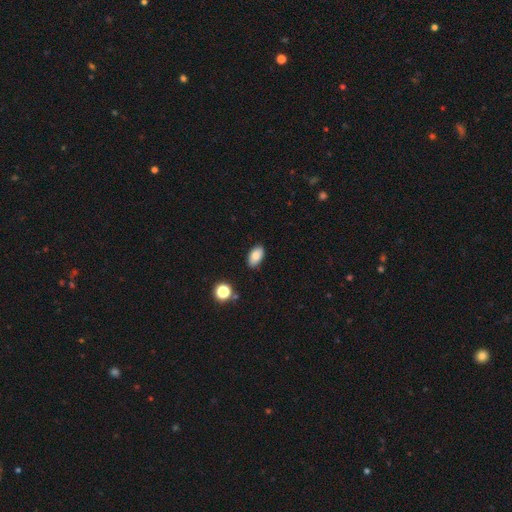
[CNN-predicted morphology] Smooth or featured?
  - smooth: 84% *
  - star or artifact: 9%
  - featured or disk: 7%
How rounded?
  - in between: 93% *
  - round: 5%
  - cigar-shaped: 2%
Merging?
  - none: 86% *
  - minor disturbance: 10%
  - major disturbance: 2%
  - merger: 2%